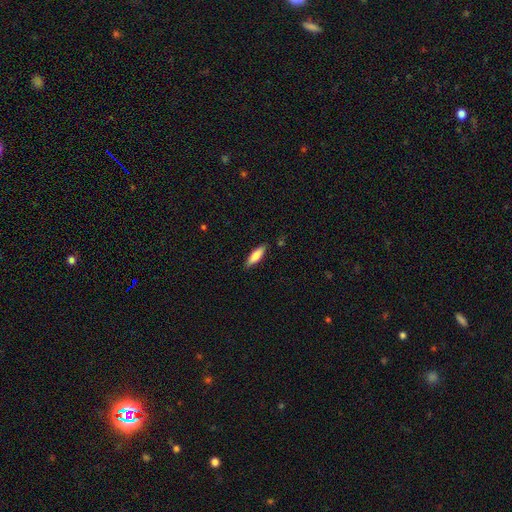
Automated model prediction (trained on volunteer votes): This is likely a smooth galaxy (75%). How rounded: possibly cigar-shaped (59%). Merging: clearly none (86%).